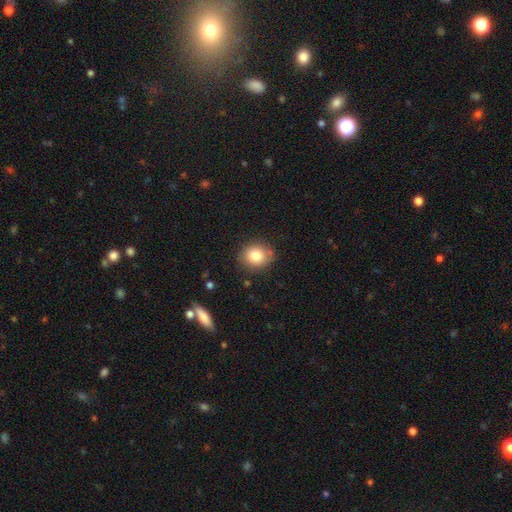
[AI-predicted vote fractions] Morphology: type=smooth (81%); roundness=round (73%); merging=none (83%).